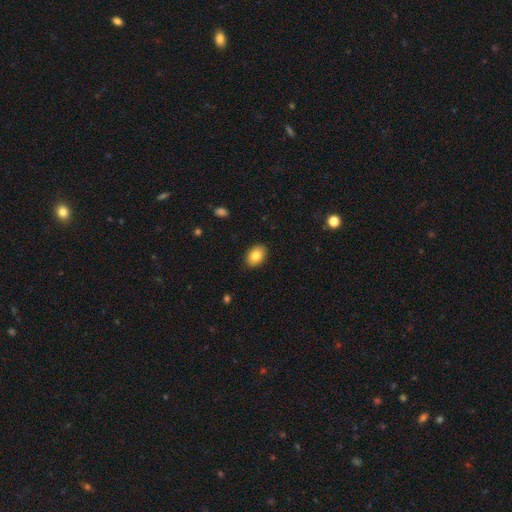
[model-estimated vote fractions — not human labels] A smooth galaxy with no disk features (83%) that is in between round and cigar-shaped (82%). Merging: none (89%).